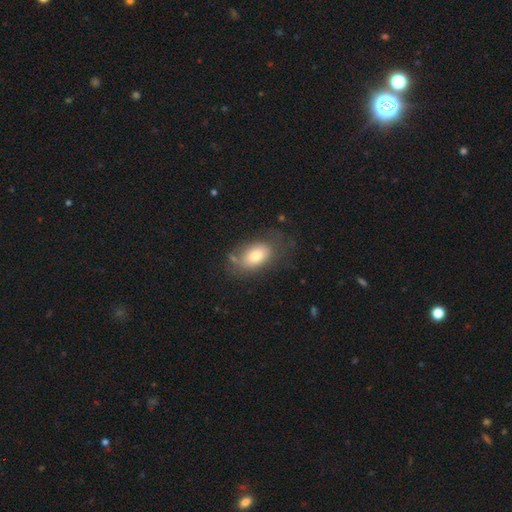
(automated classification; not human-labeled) smooth_or_featured: smooth (p=0.71) [alt: featured or disk p=0.21]
how_rounded: in between (p=0.90) [alt: round p=0.08]
merging: none (p=0.58) [alt: minor disturbance p=0.25]